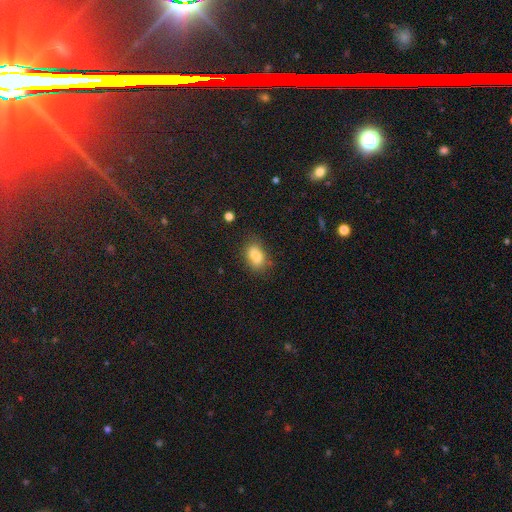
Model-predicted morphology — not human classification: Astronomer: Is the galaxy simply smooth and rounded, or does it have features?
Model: smooth — 84%.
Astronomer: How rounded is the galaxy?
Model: in between — 85%.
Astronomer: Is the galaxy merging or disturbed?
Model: none — 73%.